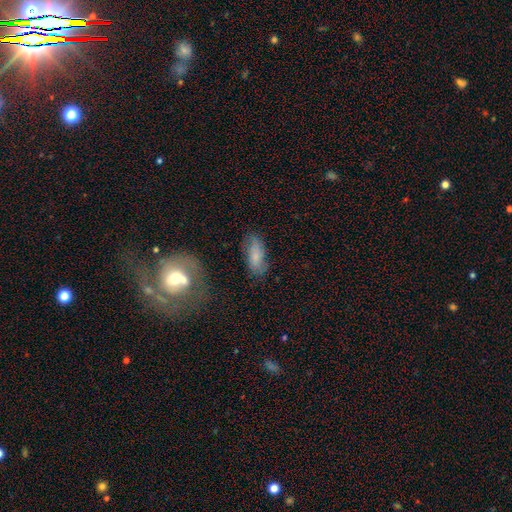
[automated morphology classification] smooth_or_featured: smooth (p=0.66) [alt: featured or disk p=0.25]
how_rounded: in between (p=0.78) [alt: cigar-shaped p=0.18]
merging: none (p=0.65) [alt: minor disturbance p=0.23]